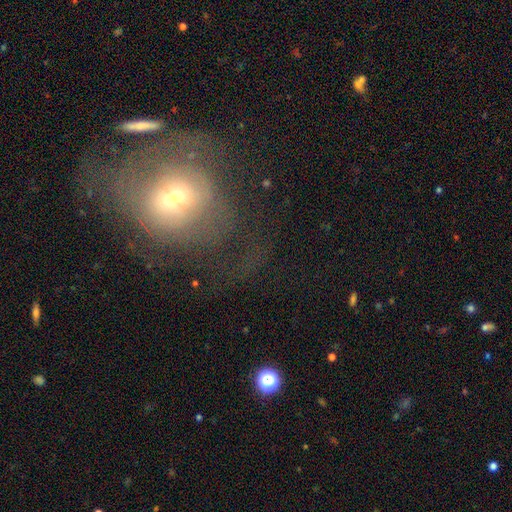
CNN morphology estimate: This appears to be a featured or disk galaxy (43%). Merging: none (41%).